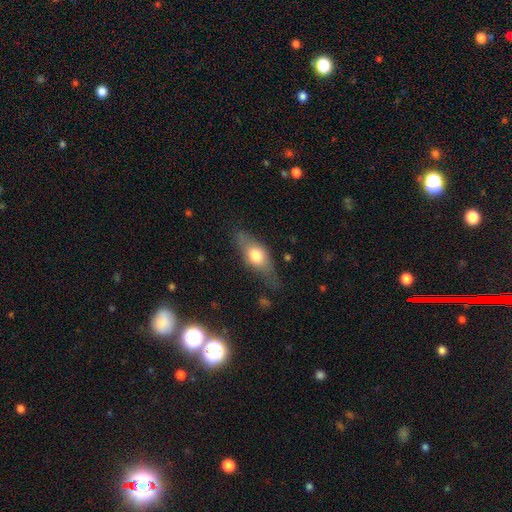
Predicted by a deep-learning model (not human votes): smooth-or-featured: smooth: 61% | featured or disk: 32% | star or artifact: 6%
  how-rounded: in between: 70% | cigar-shaped: 24% | round: 6%
  merging: none: 63% | minor disturbance: 25% | major disturbance: 10% | merger: 2%